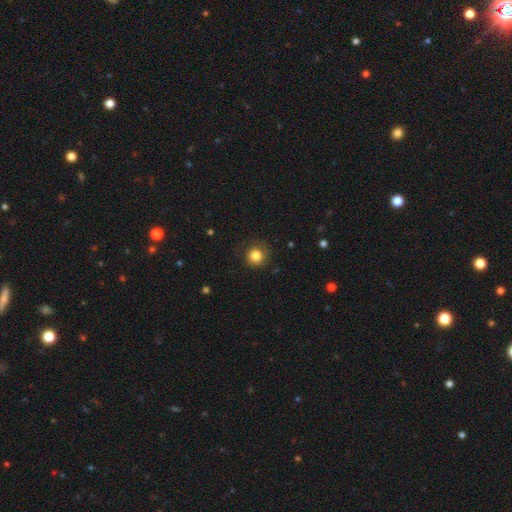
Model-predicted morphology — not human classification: type=smooth (83%); roundness=round (93%); merging=none (84%).